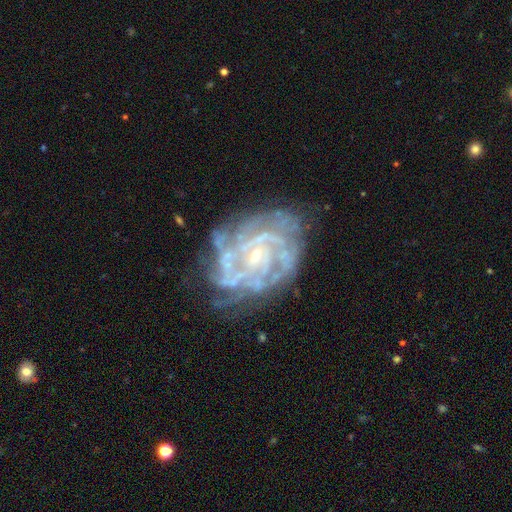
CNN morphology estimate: Smooth or featured? featured or disk (88%)
Edge-on disk? no (97%)
Bar? no (57%)
Spiral arms? yes (96%)
Spiral winding? tight (69%)
Spiral arm count? can't tell (30%)
Bulge size? small (76%)
Merging? none (68%)